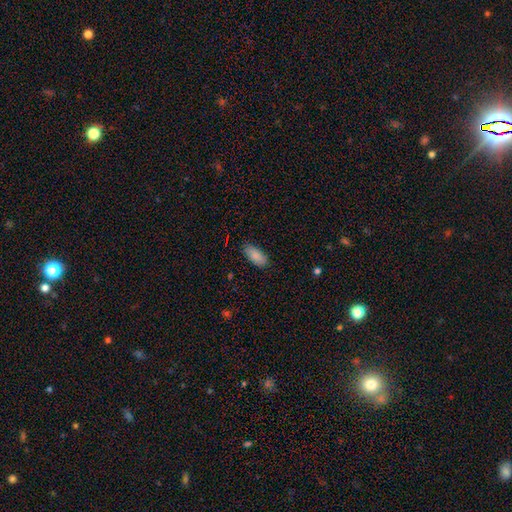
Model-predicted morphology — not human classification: Smooth or featured? smooth (87%)
How rounded? in between (88%)
Merging? none (84%)